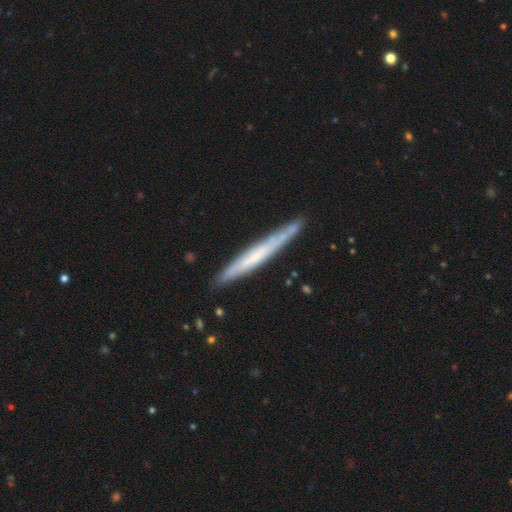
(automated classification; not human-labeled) The model was most divided on "smooth or featured": featured or disk: 54%, smooth: 41%, star or artifact: 6%. More confident: edge-on disk — yes (90%); merging — none (83%).